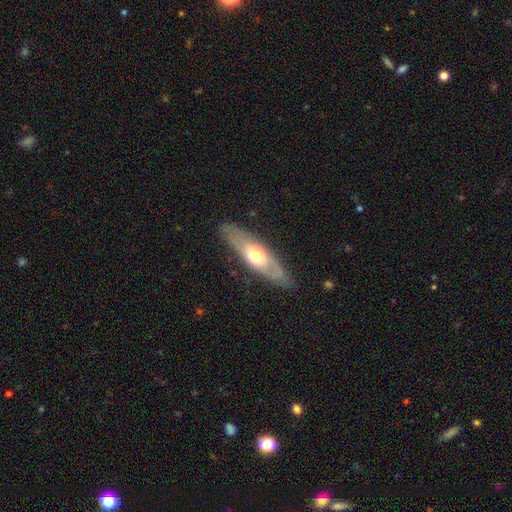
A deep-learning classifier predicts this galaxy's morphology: Q: Smooth or featured?
A: featured or disk (52%); runner-up: smooth (42%)
Q: Edge-on disk?
A: no (52%); runner-up: yes (48%)
Q: Merging?
A: none (82%); runner-up: minor disturbance (13%)